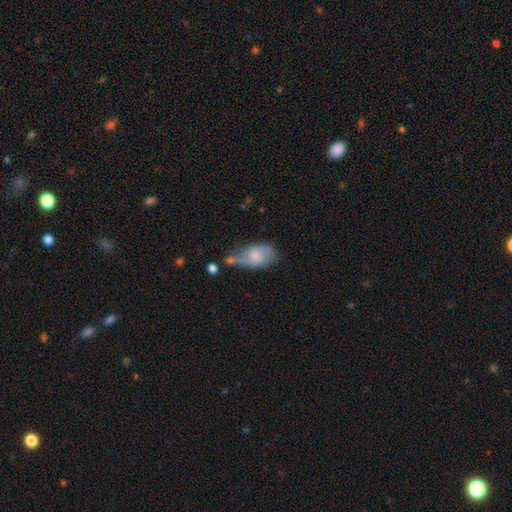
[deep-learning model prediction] Morphology: type=smooth (66%); roundness=in between (90%); merging=minor disturbance (33%).